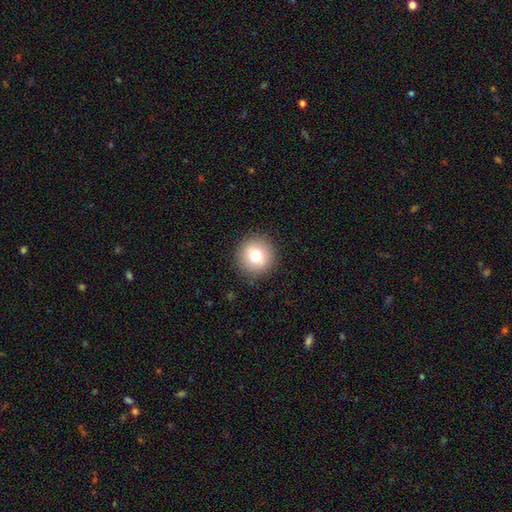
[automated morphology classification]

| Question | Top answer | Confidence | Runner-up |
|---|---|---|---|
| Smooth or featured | smooth | 76% | featured or disk (14%) |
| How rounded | round | 93% | in between (6%) |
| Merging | none | 90% | minor disturbance (6%) |